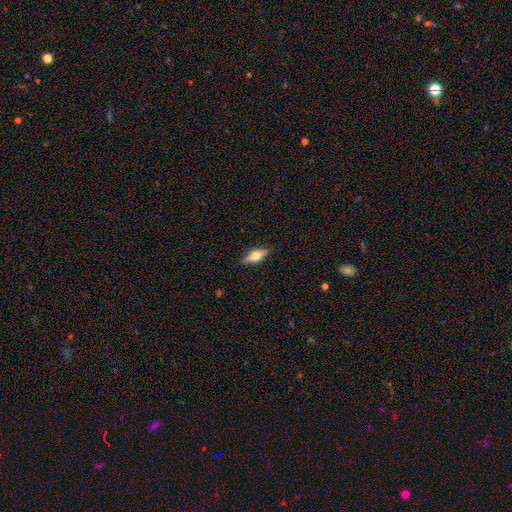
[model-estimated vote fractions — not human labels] Smooth or featured: smooth — 48% (featured or disk — 45%)
Merging: none — 86% (minor disturbance — 11%)